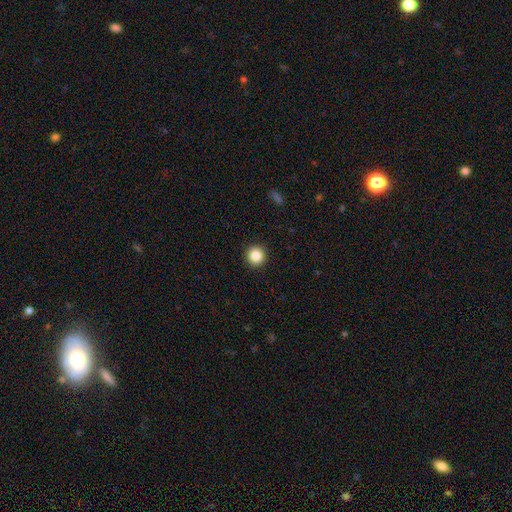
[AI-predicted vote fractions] Overall: smooth (86%). How rounded: round (95%). Merging: none (92%).